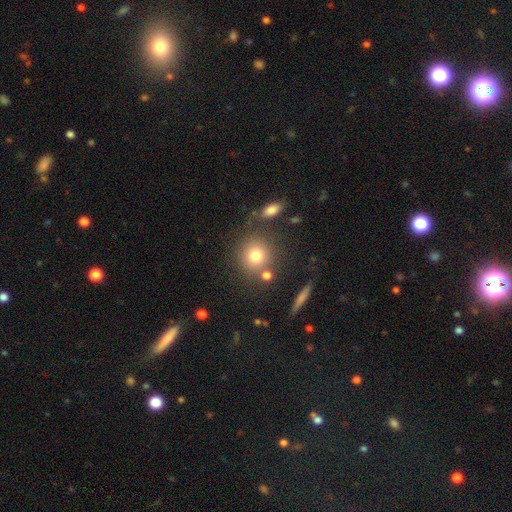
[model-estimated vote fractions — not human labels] Morphology: type=smooth (77%); roundness=round (86%); merging=none (70%).